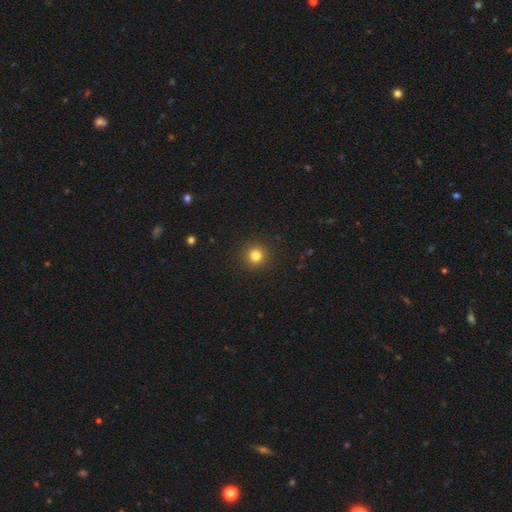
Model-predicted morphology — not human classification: This appears to be a smooth galaxy with no disk features (81%) that is round (95%). Merging: none (92%).